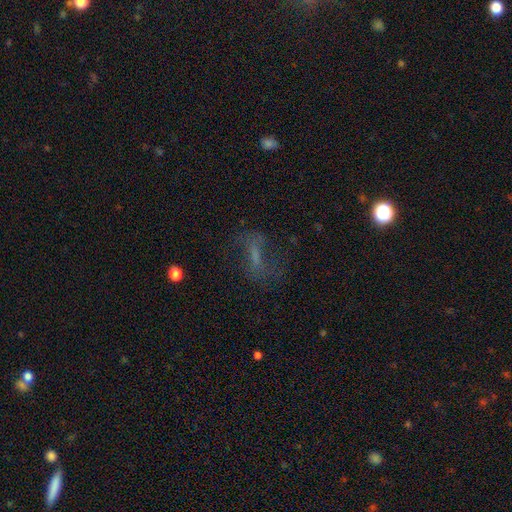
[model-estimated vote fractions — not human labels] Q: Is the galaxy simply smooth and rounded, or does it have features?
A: featured or disk — 42%.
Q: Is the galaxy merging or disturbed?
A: none — 55%.